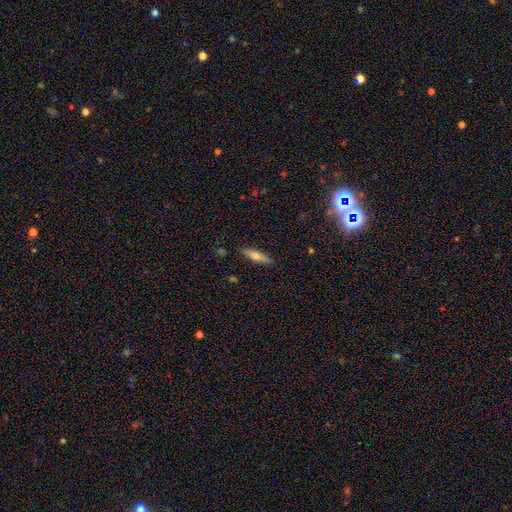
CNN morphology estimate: Smooth or featured? Predicted: smooth (p=0.49). Merging? Predicted: none (p=0.88).